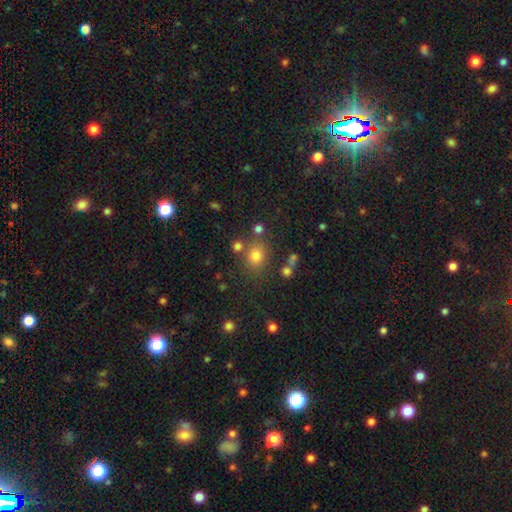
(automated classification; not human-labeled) A smooth galaxy with no disk features (75%) that is round (66%). Merging: none (73%).